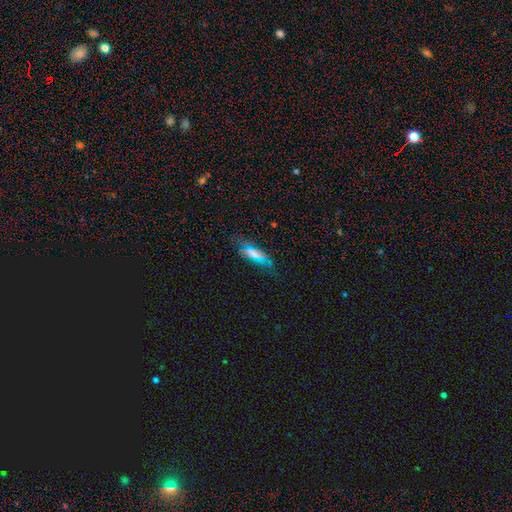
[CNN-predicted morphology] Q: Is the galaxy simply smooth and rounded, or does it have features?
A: featured or disk — 44%.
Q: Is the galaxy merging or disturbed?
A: none — 66%.